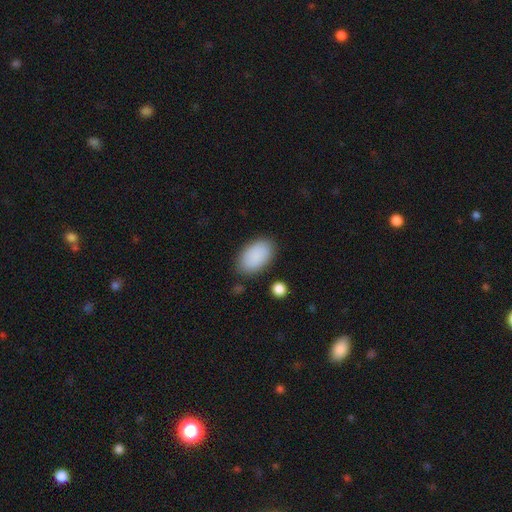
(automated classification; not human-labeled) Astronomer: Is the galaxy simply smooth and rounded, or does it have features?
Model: smooth — 89%.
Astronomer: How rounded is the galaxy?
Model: in between — 94%.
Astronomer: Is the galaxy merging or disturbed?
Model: none — 83%.